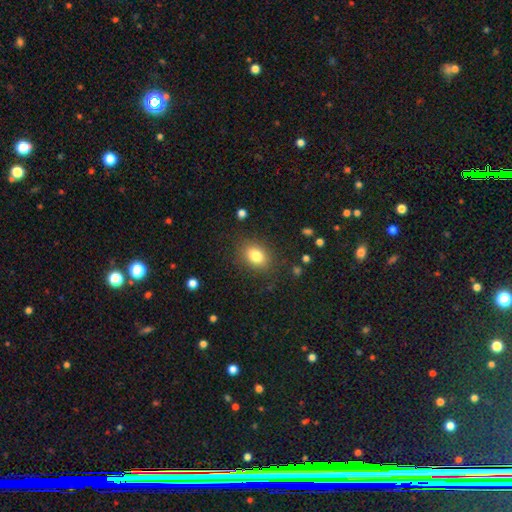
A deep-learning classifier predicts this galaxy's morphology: type=smooth (82%); roundness=in between (67%); merging=none (84%).